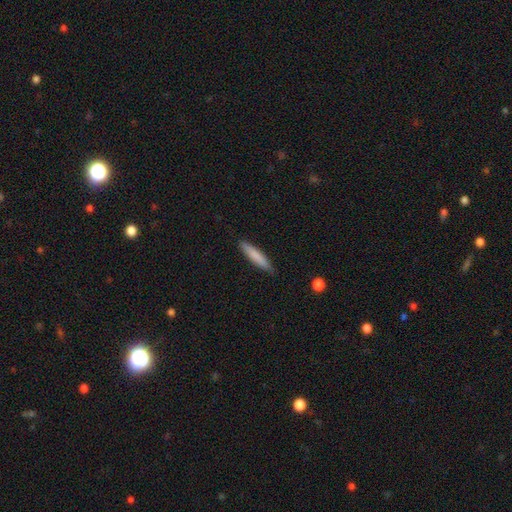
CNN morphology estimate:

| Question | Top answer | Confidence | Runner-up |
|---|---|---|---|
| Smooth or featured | smooth | 80% | featured or disk (14%) |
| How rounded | cigar-shaped | 88% | in between (11%) |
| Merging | none | 88% | minor disturbance (10%) |